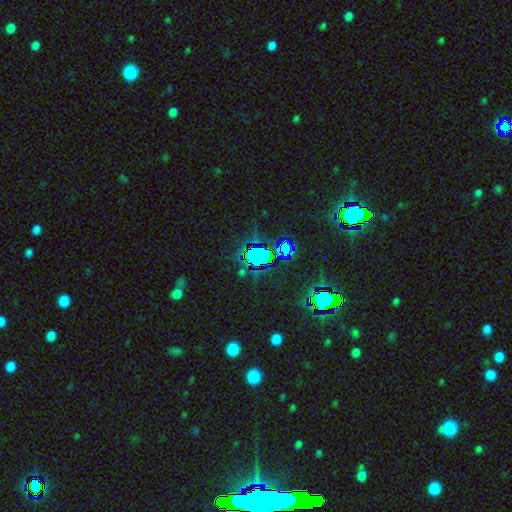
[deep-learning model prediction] This is likely a star or artifact rather than a galaxy (76%).